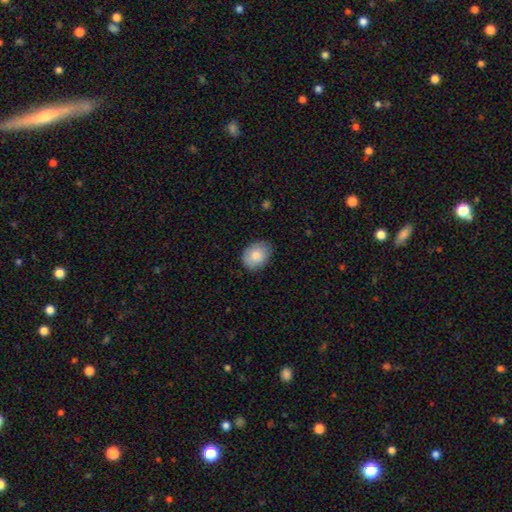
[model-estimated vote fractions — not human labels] Q: Smooth or featured?
A: smooth (84%); runner-up: featured or disk (9%)
Q: How rounded?
A: in between (59%); runner-up: round (40%)
Q: Merging?
A: none (76%); runner-up: minor disturbance (20%)